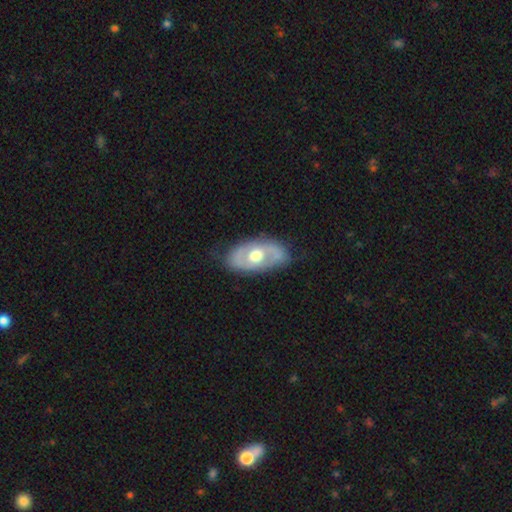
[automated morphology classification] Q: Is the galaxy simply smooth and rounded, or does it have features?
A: featured or disk — 62%.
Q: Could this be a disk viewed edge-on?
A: no — 91%.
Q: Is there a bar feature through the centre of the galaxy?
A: no — 74%.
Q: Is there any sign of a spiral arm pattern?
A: no — 56%.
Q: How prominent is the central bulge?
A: moderate — 69%.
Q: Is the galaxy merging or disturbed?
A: none — 73%.